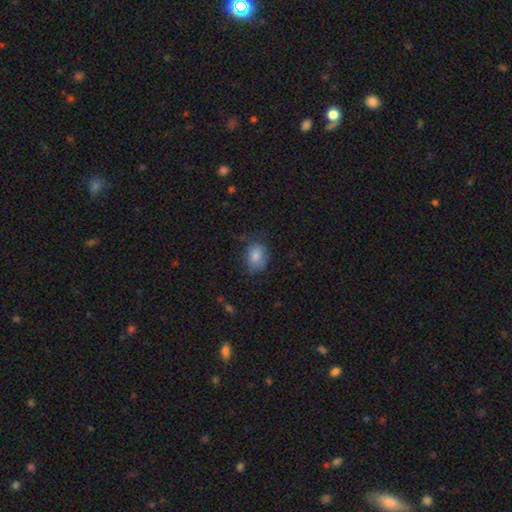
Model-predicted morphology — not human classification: Smooth or featured?
  - smooth: 82% *
  - star or artifact: 9%
  - featured or disk: 9%
How rounded?
  - in between: 61% *
  - round: 38%
  - cigar-shaped: 1%
Merging?
  - none: 69% *
  - minor disturbance: 23%
  - major disturbance: 6%
  - merger: 1%